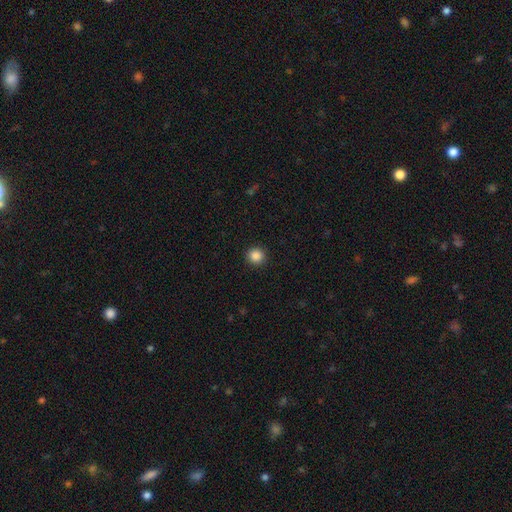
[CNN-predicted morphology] A smooth galaxy with no disk features (87%) that is round (94%).

Vote fractions:
- Smooth or featured? smooth: 87% / star or artifact: 10% / featured or disk: 3%
- How rounded? round: 94% / in between: 5% / cigar-shaped: 1%
- Merging? none: 93% / minor disturbance: 5% / major disturbance: 2% / merger: 1%